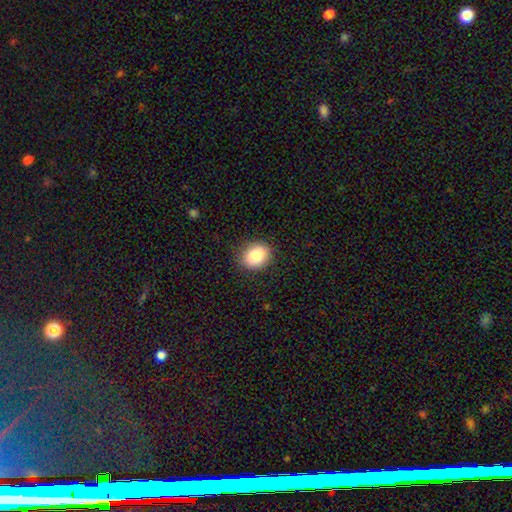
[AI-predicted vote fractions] Morphology: type=smooth (87%); roundness=in between (59%); merging=none (86%).